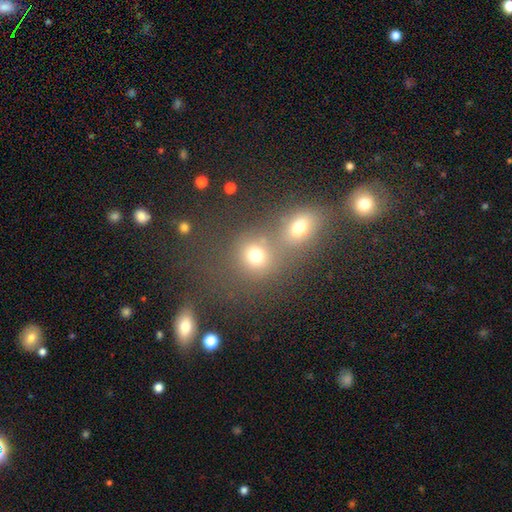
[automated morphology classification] Smooth or featured?
  - smooth: 74% *
  - star or artifact: 17%
  - featured or disk: 9%
How rounded?
  - round: 80% *
  - in between: 18%
  - cigar-shaped: 1%
Merging?
  - merger: 48% *
  - none: 42%
  - minor disturbance: 6%
  - major disturbance: 4%